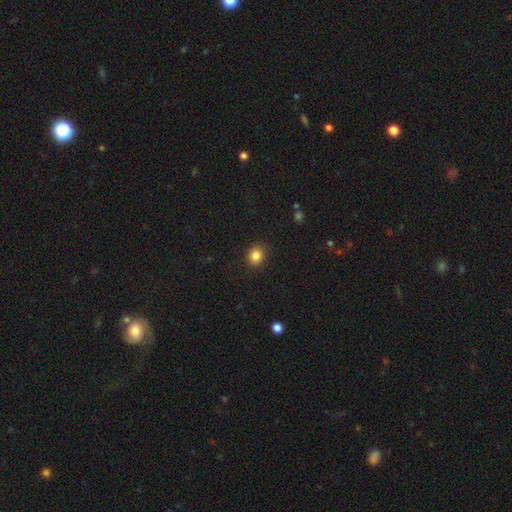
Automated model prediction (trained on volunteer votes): This appears to be a smooth galaxy with no disk features (85%) that is round (78%). Merging: none (90%).